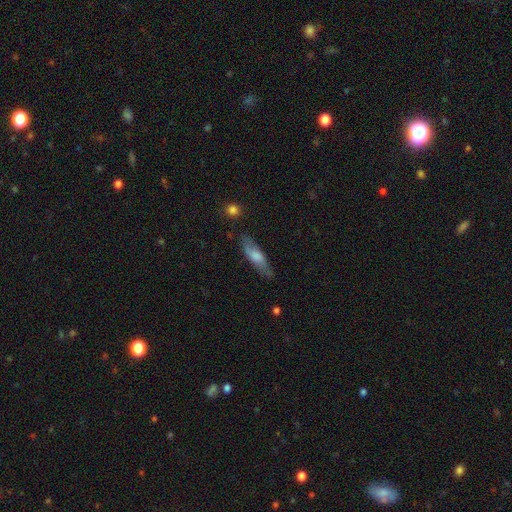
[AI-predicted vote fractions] Smooth or featured?
  - smooth: 60% *
  - featured or disk: 34%
  - star or artifact: 6%
How rounded?
  - cigar-shaped: 56% *
  - in between: 42%
  - round: 2%
Merging?
  - none: 75% *
  - minor disturbance: 18%
  - major disturbance: 5%
  - merger: 2%